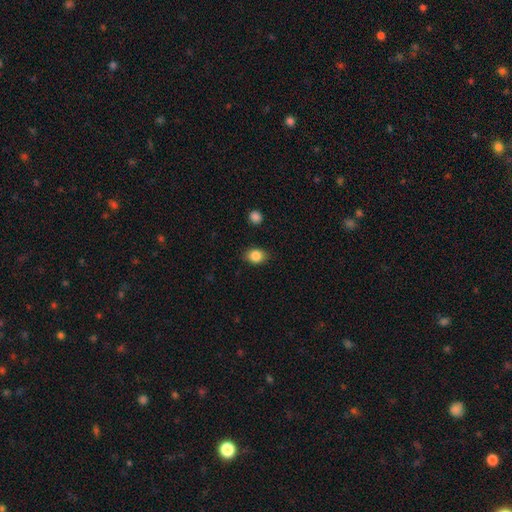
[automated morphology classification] A smooth galaxy with no disk features (86%) that is in between round and cigar-shaped (61%).

Vote fractions:
- Smooth or featured? smooth: 86% / star or artifact: 9% / featured or disk: 5%
- How rounded? in between: 61% / round: 38% / cigar-shaped: 1%
- Merging? none: 85% / minor disturbance: 11% / major disturbance: 3% / merger: 2%